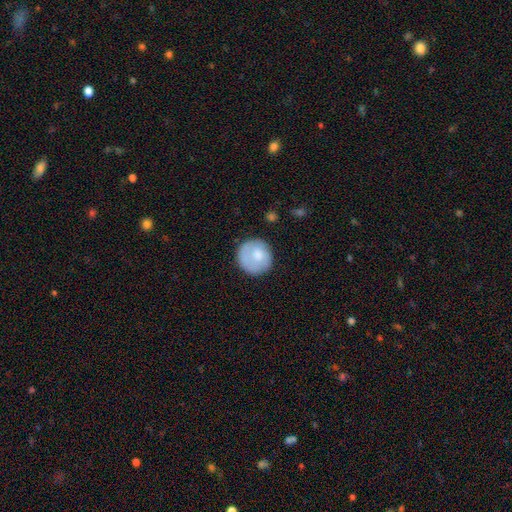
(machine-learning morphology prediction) The model was most divided on "smooth or featured": smooth: 74%, featured or disk: 20%, star or artifact: 6%. More confident: how rounded — round (92%); merging — none (77%).